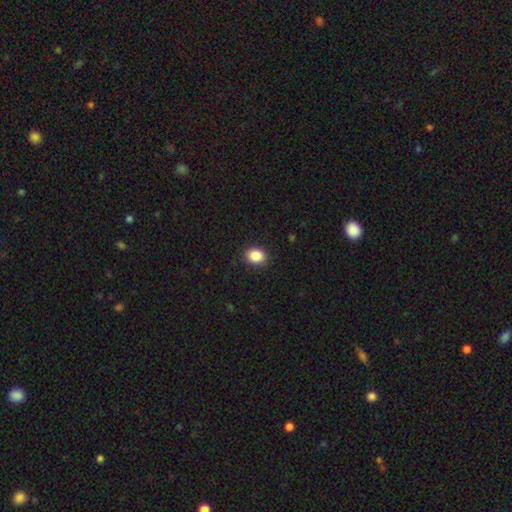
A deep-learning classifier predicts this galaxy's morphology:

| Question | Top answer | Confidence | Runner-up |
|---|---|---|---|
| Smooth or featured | smooth | 87% | star or artifact (9%) |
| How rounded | in between | 52% | round (48%) |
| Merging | none | 88% | minor disturbance (9%) |